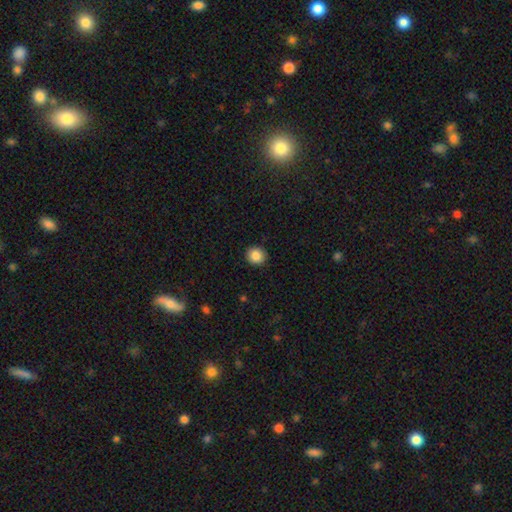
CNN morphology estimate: smooth 86%, star or artifact 9%, featured or disk 5%. Down the decision tree: how rounded — round (87%); merging — none (91%).